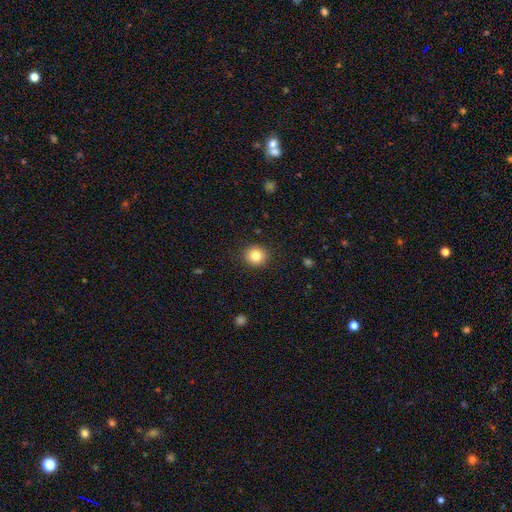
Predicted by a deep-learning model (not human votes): smooth-or-featured: smooth: 83% | star or artifact: 10% | featured or disk: 7%
  how-rounded: round: 88% | in between: 11% | cigar-shaped: 1%
  merging: none: 90% | minor disturbance: 6% | major disturbance: 2% | merger: 1%